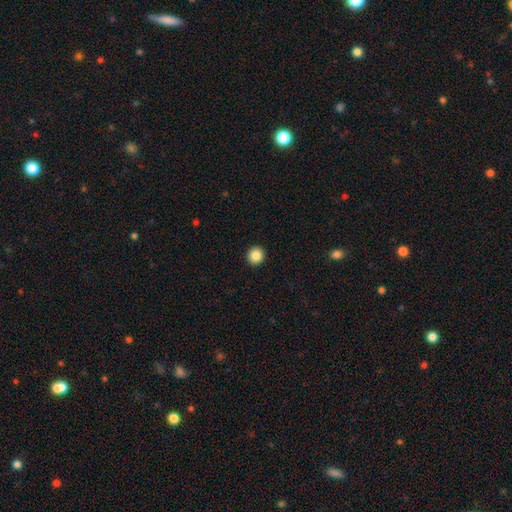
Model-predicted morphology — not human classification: Smooth or featured? Predicted: smooth (p=0.87). How rounded? Predicted: round (p=0.93). Merging? Predicted: none (p=0.94).